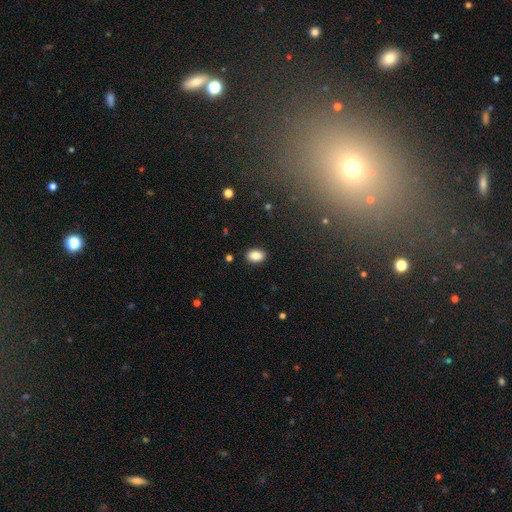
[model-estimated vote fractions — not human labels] Q: Smooth or featured?
A: smooth (87%); runner-up: star or artifact (8%)
Q: How rounded?
A: in between (89%); runner-up: round (10%)
Q: Merging?
A: none (89%); runner-up: minor disturbance (8%)